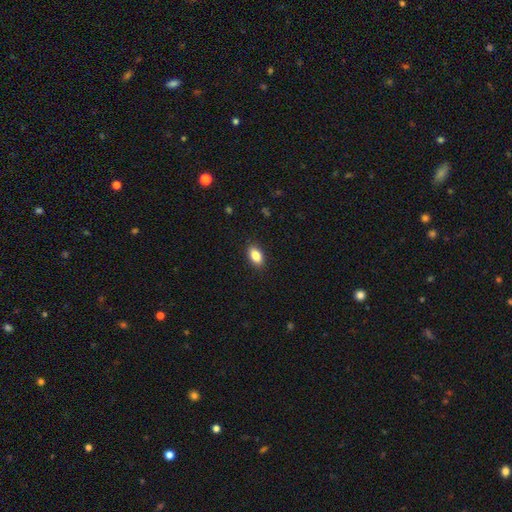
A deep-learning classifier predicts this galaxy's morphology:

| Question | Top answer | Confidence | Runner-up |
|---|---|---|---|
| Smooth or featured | smooth | 86% | star or artifact (8%) |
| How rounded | in between | 91% | round (6%) |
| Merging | none | 89% | minor disturbance (8%) |